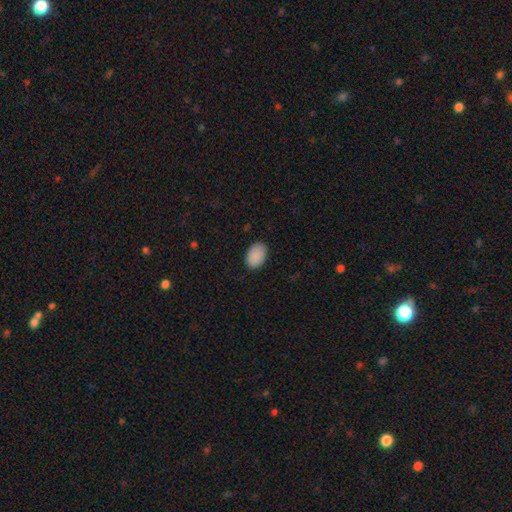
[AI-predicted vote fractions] Smooth or featured? Predicted: smooth (p=0.90). How rounded? Predicted: in between (p=0.88). Merging? Predicted: none (p=0.87).